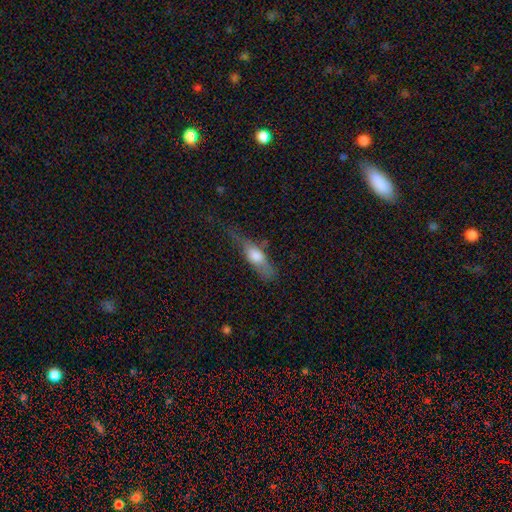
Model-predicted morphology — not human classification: smooth 61%, featured or disk 32%, star or artifact 7%. Down the decision tree: how rounded — in between (55%); merging — none (40%).